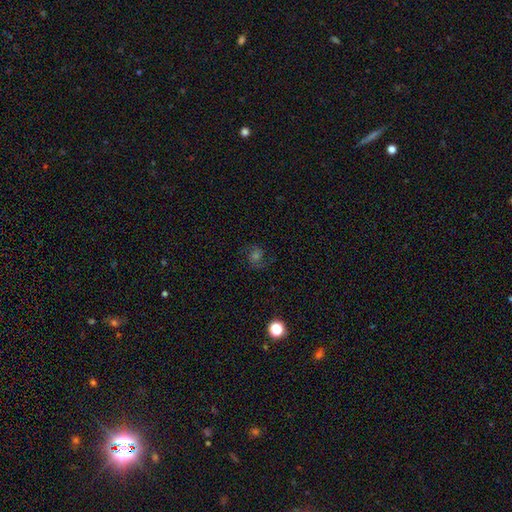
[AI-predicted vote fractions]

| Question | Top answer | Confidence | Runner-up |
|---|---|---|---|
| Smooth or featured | featured or disk | 54% | star or artifact (23%) |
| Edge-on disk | no | 97% | yes (3%) |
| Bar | no | 62% | weak (32%) |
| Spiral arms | yes | 91% | no (9%) |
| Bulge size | moderate | 48% | small (34%) |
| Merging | none | 78% | minor disturbance (14%) |